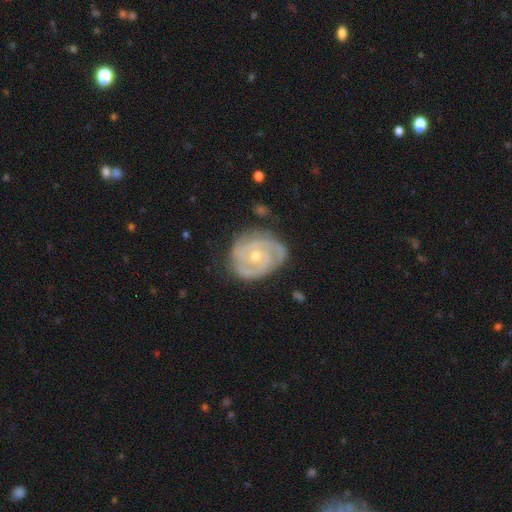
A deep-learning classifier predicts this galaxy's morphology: smooth_or_featured: featured or disk (p=0.89) [alt: smooth p=0.07]
disk_edge_on: no (p=0.98) [alt: yes p=0.02]
bar: no (p=0.74) [alt: weak p=0.22]
has_spiral_arms: yes (p=0.97) [alt: no p=0.03]
spiral_winding: tight (p=0.73) [alt: medium p=0.24]
spiral_arm_count: 3 (p=0.40) [alt: 2 p=0.33]
bulge_size: small (p=0.50) [alt: moderate p=0.47]
merging: none (p=0.74) [alt: minor disturbance p=0.20]